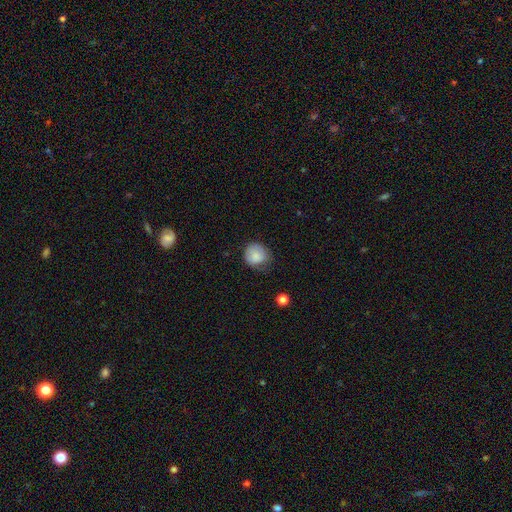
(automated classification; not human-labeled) smooth-or-featured: smooth: 82% | featured or disk: 10% | star or artifact: 8%
  how-rounded: round: 81% | in between: 18% | cigar-shaped: 1%
  merging: none: 59% | minor disturbance: 31% | major disturbance: 9% | merger: 1%